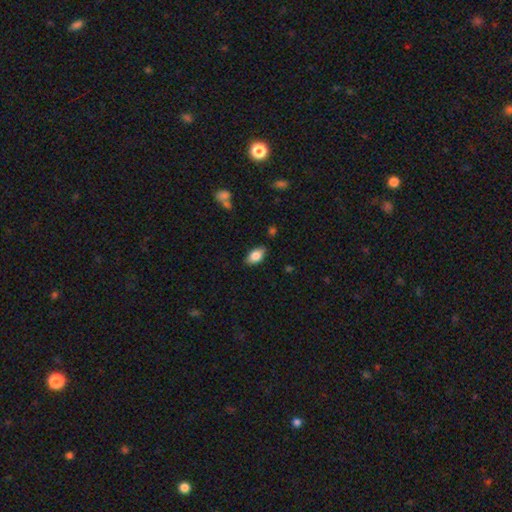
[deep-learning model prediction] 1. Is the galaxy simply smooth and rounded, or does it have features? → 83% smooth, 10% featured or disk, 7% star or artifact.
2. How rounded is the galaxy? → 92% in between, 5% round, 3% cigar-shaped.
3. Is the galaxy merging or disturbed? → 84% none, 12% minor disturbance, 2% major disturbance, 1% merger.